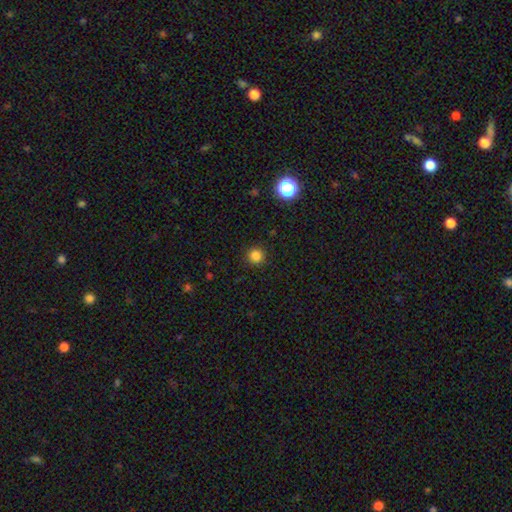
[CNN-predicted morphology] A smooth galaxy with no disk features (83%) that is round (95%).

Vote fractions:
- Smooth or featured? smooth: 83% / star or artifact: 13% / featured or disk: 4%
- How rounded? round: 95% / in between: 4% / cigar-shaped: 1%
- Merging? none: 92% / minor disturbance: 5% / major disturbance: 2% / merger: 1%